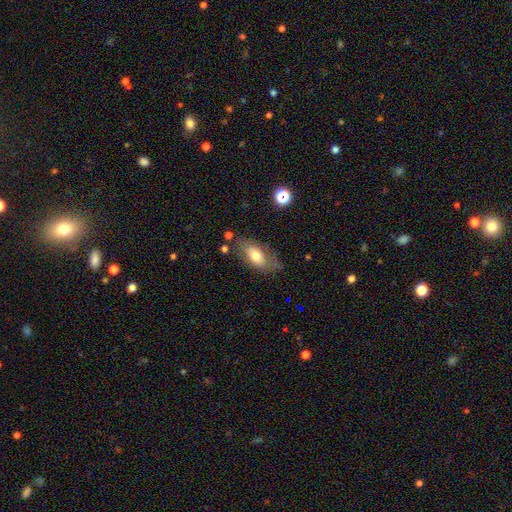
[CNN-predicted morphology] The model was most divided on "smooth or featured": smooth: 67%, featured or disk: 25%, star or artifact: 8%. More confident: how rounded — in between (87%); merging — none (66%).